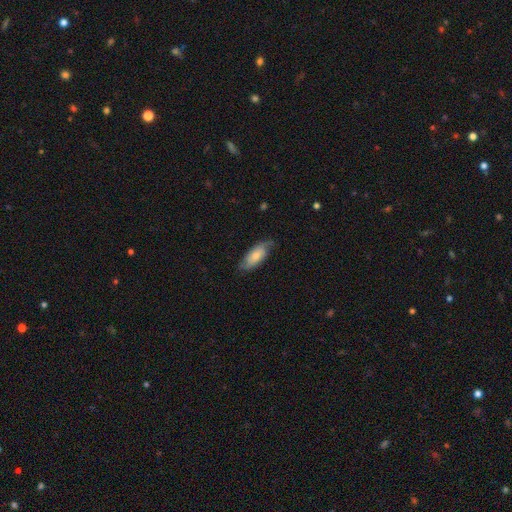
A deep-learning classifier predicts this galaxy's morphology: Q: Smooth or featured?
A: smooth (58%); runner-up: featured or disk (36%)
Q: How rounded?
A: in between (81%); runner-up: cigar-shaped (17%)
Q: Merging?
A: none (67%); runner-up: minor disturbance (25%)